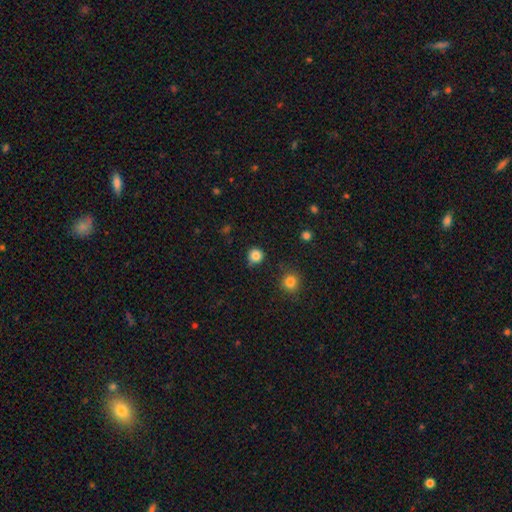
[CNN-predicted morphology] This is clearly a smooth galaxy (84%). How rounded: clearly round (91%). Merging: clearly none (80%).